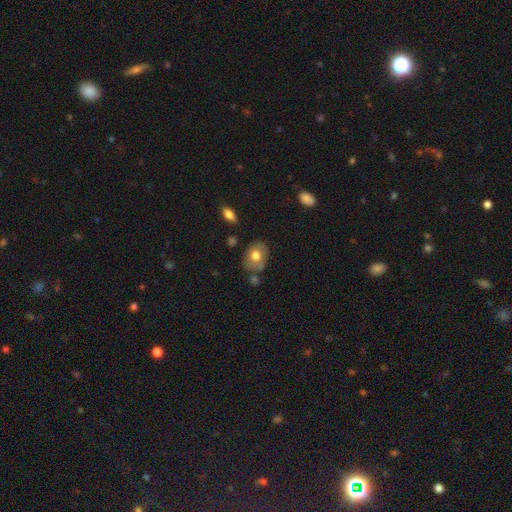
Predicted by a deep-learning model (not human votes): Smooth or featured: smooth — 64% (featured or disk — 29%)
How rounded: in between — 64% (round — 35%)
Merging: none — 70% (minor disturbance — 18%)